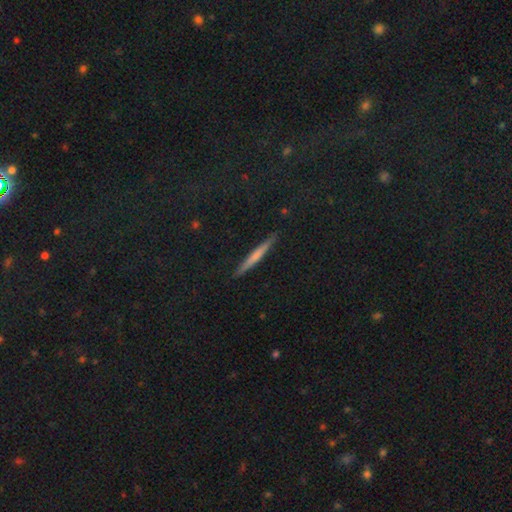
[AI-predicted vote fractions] A smooth galaxy with no disk features (53%) that is cigar-shaped (95%).

Vote fractions:
- Smooth or featured? smooth: 53% / featured or disk: 38% / star or artifact: 9%
- How rounded? cigar-shaped: 95% / in between: 3% / round: 2%
- Merging? none: 90% / minor disturbance: 7% / major disturbance: 1% / merger: 1%